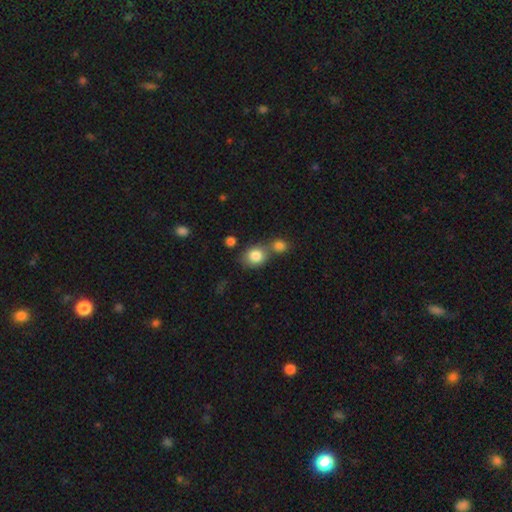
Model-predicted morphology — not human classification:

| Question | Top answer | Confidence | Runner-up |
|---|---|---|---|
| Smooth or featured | smooth | 83% | star or artifact (9%) |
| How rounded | round | 64% | in between (35%) |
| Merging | none | 45% | merger (42%) |